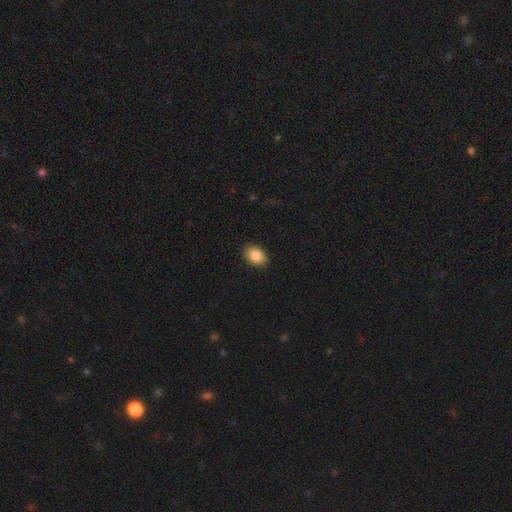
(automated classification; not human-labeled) Morphology: type=smooth (84%); roundness=in between (81%); merging=none (89%).